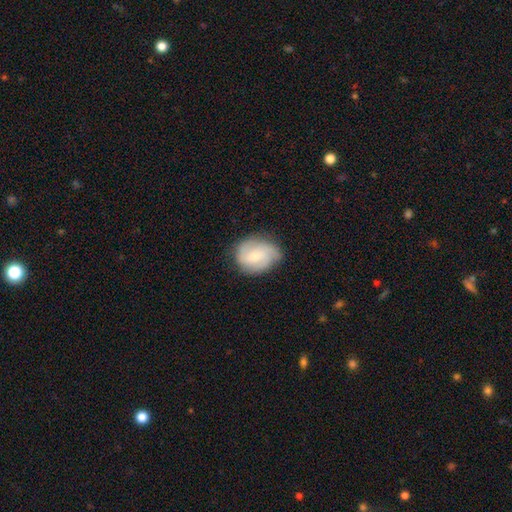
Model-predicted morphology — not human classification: This is possibly a featured or disk galaxy (60%). It is clearly not viewed edge-on (98%). Bar: possibly no (58%). Spiral arm pattern: clearly yes (92%). Spiral arm count: marginally 3 (44%). Spiral winding: possibly medium (45%). Central bulge: possibly small (51%). Merging: likely none (69%).